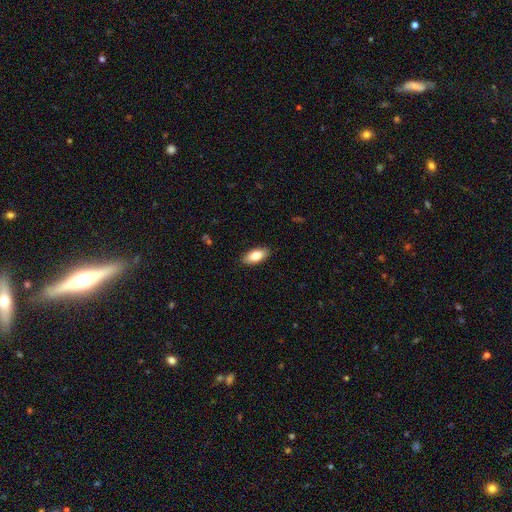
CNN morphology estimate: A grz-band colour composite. It shows a smooth galaxy with no disk features (81%) that is in between round and cigar-shaped (88%). Merging: none (89%).